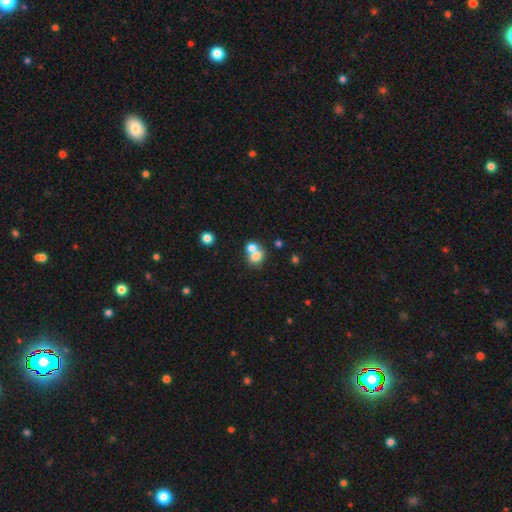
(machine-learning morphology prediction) smooth 72%, featured or disk 17%, star or artifact 11%. Down the decision tree: how rounded — round (68%); merging — merger (58%).